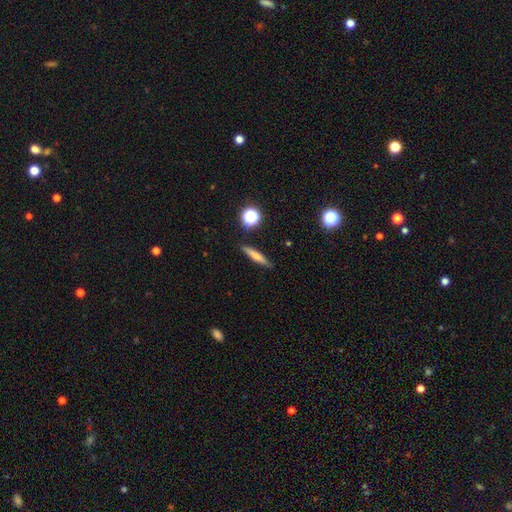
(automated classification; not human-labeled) Smooth or featured? Predicted: smooth (p=0.68). How rounded? Predicted: cigar-shaped (p=0.86). Merging? Predicted: none (p=0.86).